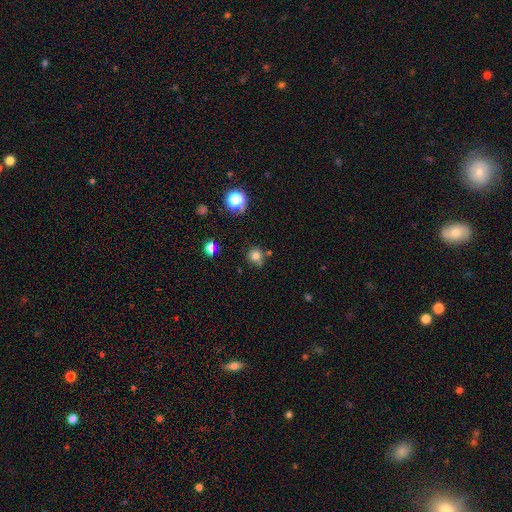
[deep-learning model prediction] smooth-or-featured: smooth: 77% | star or artifact: 16% | featured or disk: 7%
  how-rounded: round: 89% | in between: 10% | cigar-shaped: 1%
  merging: none: 70% | minor disturbance: 16% | merger: 10% | major disturbance: 4%